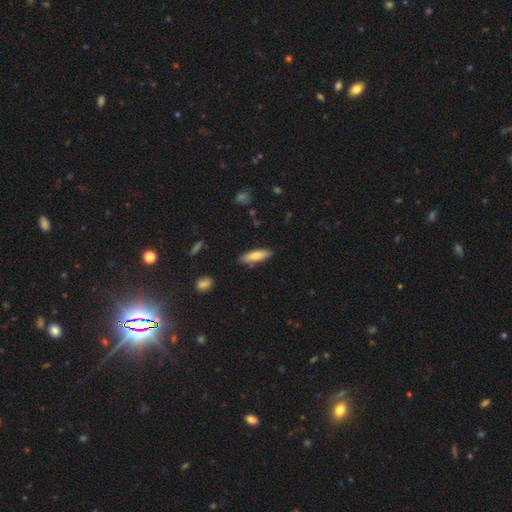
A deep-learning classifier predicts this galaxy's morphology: type=smooth (79%); roundness=cigar-shaped (53%); merging=none (84%).